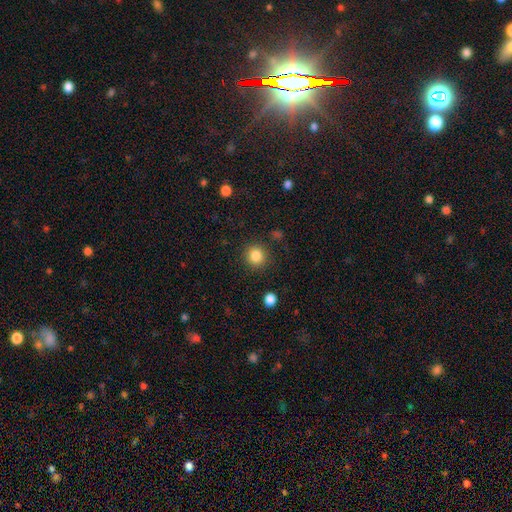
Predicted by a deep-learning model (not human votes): Morphology: type=smooth (85%); roundness=round (91%); merging=none (88%).